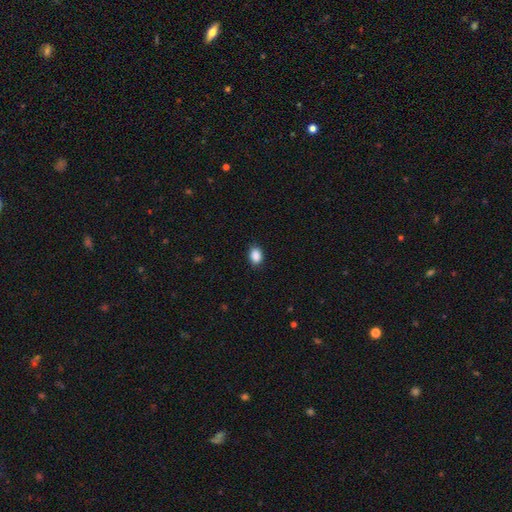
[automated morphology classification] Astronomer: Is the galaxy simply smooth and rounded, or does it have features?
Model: smooth — 89%.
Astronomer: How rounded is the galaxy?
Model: in between — 73%.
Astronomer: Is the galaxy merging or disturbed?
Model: none — 87%.